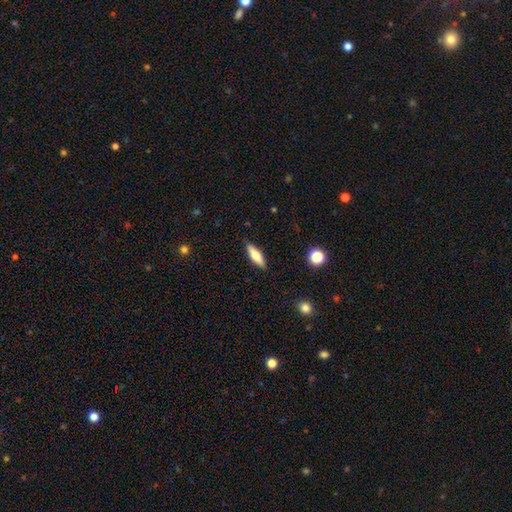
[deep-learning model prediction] Smooth or featured? smooth (62%)
How rounded? cigar-shaped (62%)
Merging? none (88%)